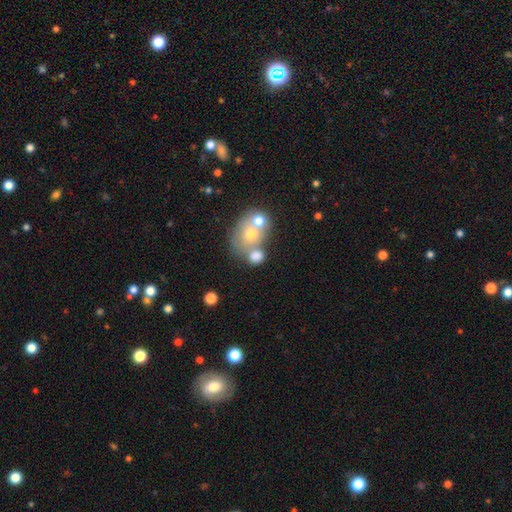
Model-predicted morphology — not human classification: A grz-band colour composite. It shows a smooth galaxy with no disk features (66%) that is round (56%). Merging: merger (52%).